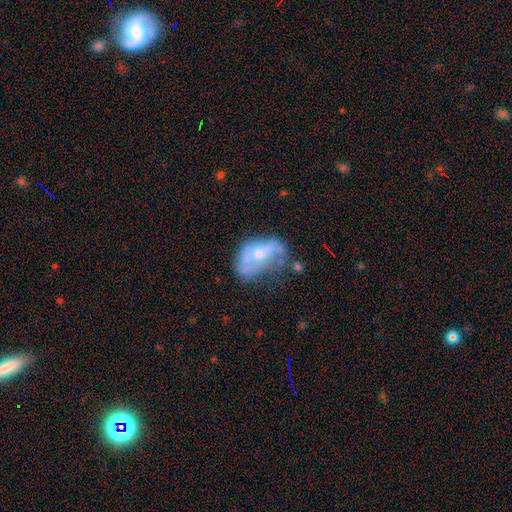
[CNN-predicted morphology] The model was most divided on "bulge size": small: 44%, moderate: 42%, none: 9%, large: 4%, dominant: 1%. Remaining: edge-on disk — no (95%); bar — no (72%); smooth or featured — featured or disk (57%); spiral arms — no (53%); merging — none (33%).